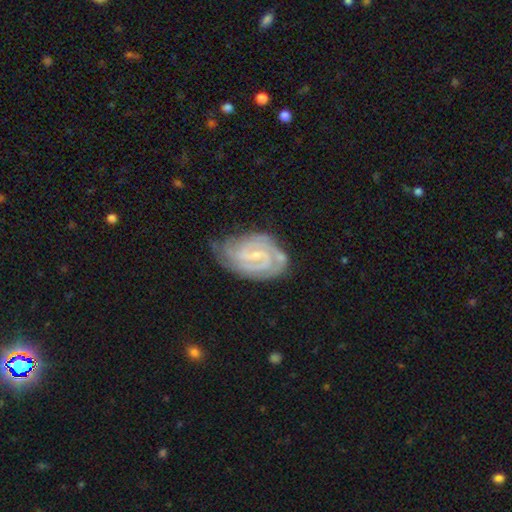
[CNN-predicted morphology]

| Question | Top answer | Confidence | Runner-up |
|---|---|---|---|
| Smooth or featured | featured or disk | 89% | smooth (6%) |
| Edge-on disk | no | 97% | yes (3%) |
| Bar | weak | 53% | no (24%) |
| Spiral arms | yes | 98% | no (2%) |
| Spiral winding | tight | 71% | medium (25%) |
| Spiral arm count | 2 | 49% | 3 (23%) |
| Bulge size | small | 72% | moderate (20%) |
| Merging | none | 65% | minor disturbance (24%) |